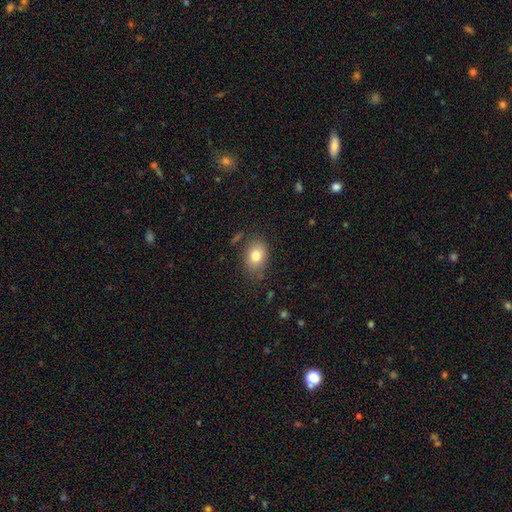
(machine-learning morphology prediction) This appears to be a smooth galaxy with no disk features (80%) that is in between round and cigar-shaped (73%). Merging: none (78%).